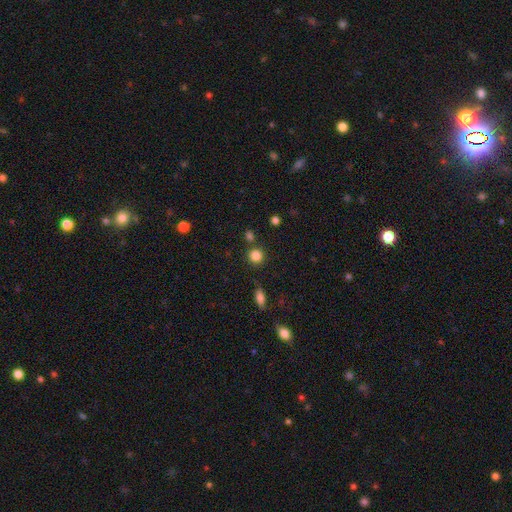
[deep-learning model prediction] Q: Smooth or featured?
A: smooth (84%); runner-up: star or artifact (12%)
Q: How rounded?
A: round (91%); runner-up: in between (8%)
Q: Merging?
A: none (81%); runner-up: minor disturbance (8%)